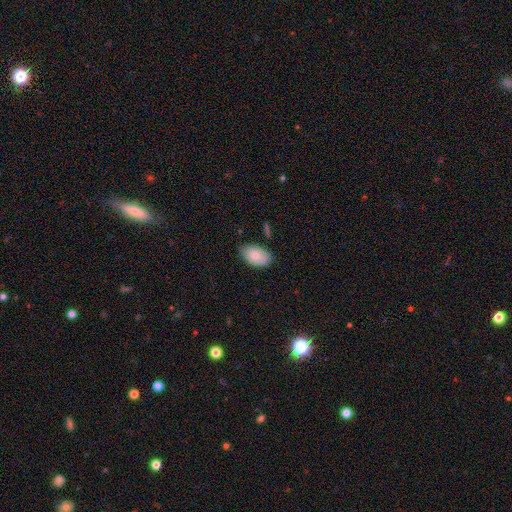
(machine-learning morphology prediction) Q: Smooth or featured?
A: smooth (80%); runner-up: featured or disk (14%)
Q: How rounded?
A: in between (91%); runner-up: round (8%)
Q: Merging?
A: none (68%); runner-up: minor disturbance (25%)